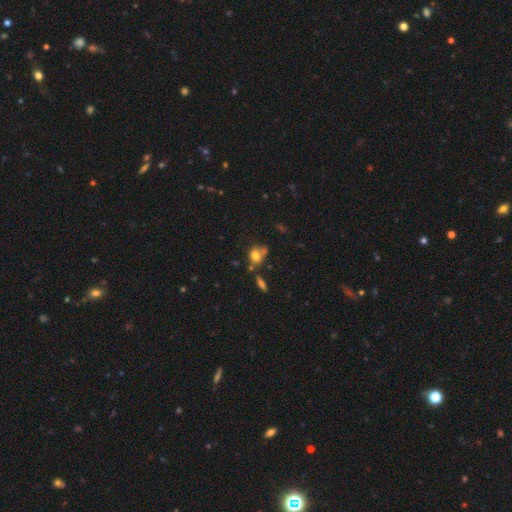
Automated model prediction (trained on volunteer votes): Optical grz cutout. It shows a smooth galaxy with no disk features (74%) that is round (54%). Merging: none (50%).